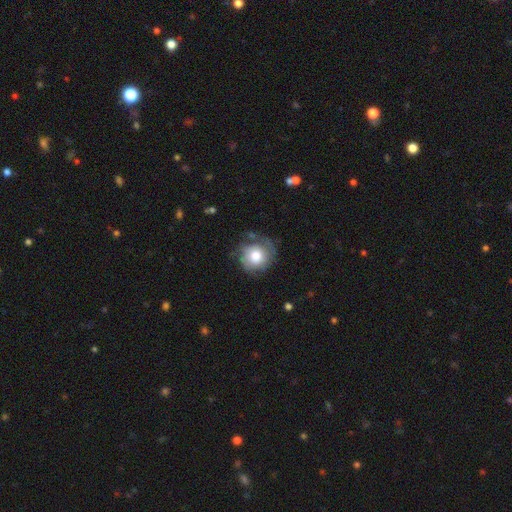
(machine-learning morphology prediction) A smooth galaxy with no disk features (55%) that is round (88%).

Vote fractions:
- Smooth or featured? smooth: 55% / featured or disk: 38% / star or artifact: 8%
- How rounded? round: 88% / in between: 11% / cigar-shaped: 1%
- Merging? none: 58% / minor disturbance: 25% / major disturbance: 15% / merger: 2%